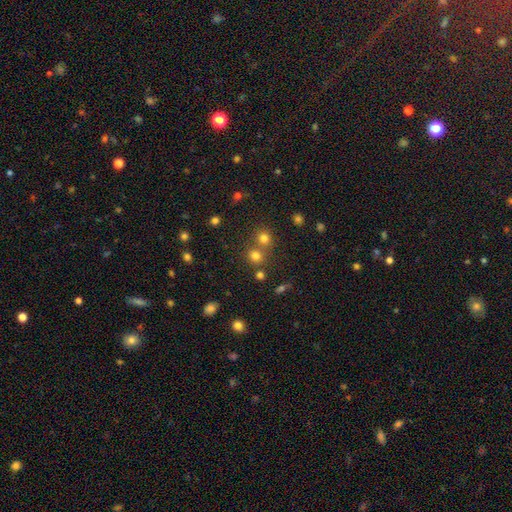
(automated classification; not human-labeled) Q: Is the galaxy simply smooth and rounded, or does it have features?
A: smooth — 73%.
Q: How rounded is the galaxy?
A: round — 87%.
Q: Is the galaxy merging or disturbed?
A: none — 61%.